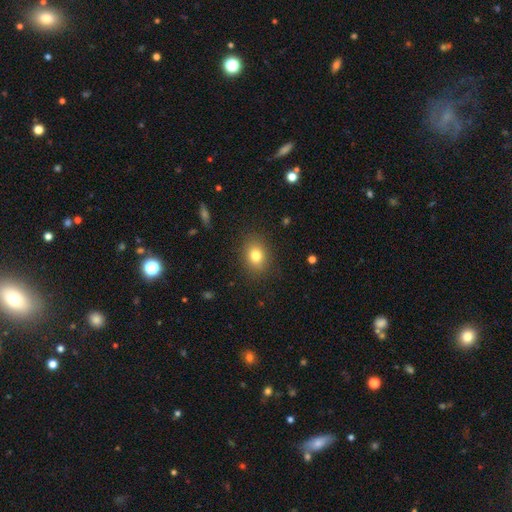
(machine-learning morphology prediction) smooth_or_featured: smooth (p=0.80) [alt: star or artifact p=0.11]
how_rounded: in between (p=0.57) [alt: round p=0.42]
merging: none (p=0.87) [alt: minor disturbance p=0.09]